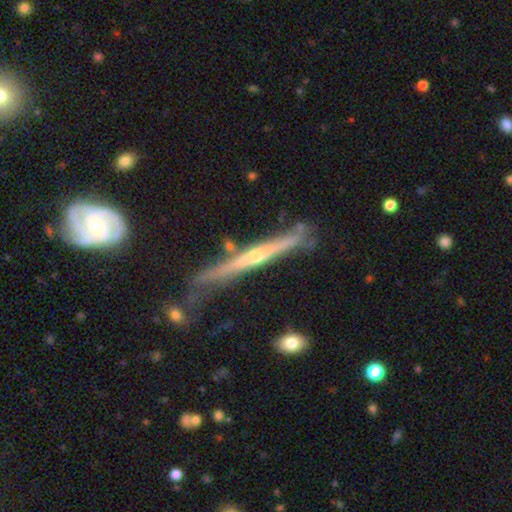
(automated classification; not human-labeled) Smooth or featured? Predicted: featured or disk (p=0.74). Edge-on disk? Predicted: yes (p=0.95). Edge-on bulge? Predicted: rounded (p=0.69). Merging? Predicted: none (p=0.64).